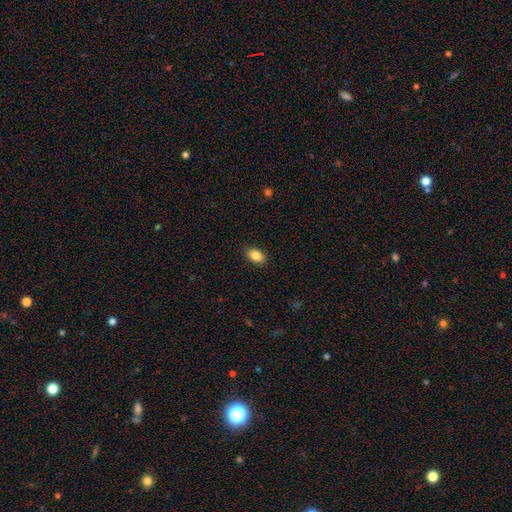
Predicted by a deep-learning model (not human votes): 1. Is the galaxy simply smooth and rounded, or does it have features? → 86% smooth, 8% star or artifact, 6% featured or disk.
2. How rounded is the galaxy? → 87% in between, 11% round, 2% cigar-shaped.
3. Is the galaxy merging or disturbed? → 88% none, 9% minor disturbance, 2% major disturbance, 1% merger.